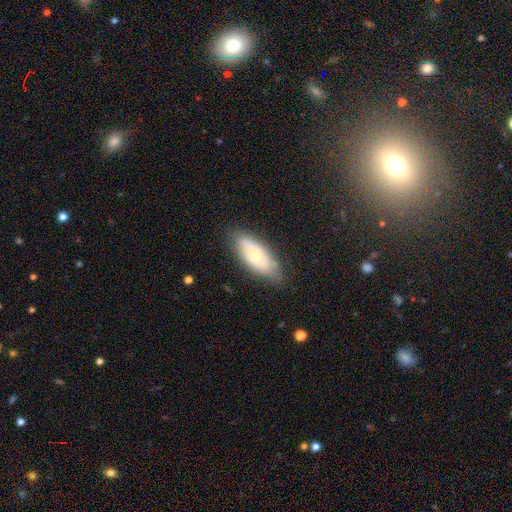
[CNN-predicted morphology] Smooth or featured? Predicted: smooth (p=0.61). How rounded? Predicted: in between (p=0.79). Merging? Predicted: none (p=0.75).